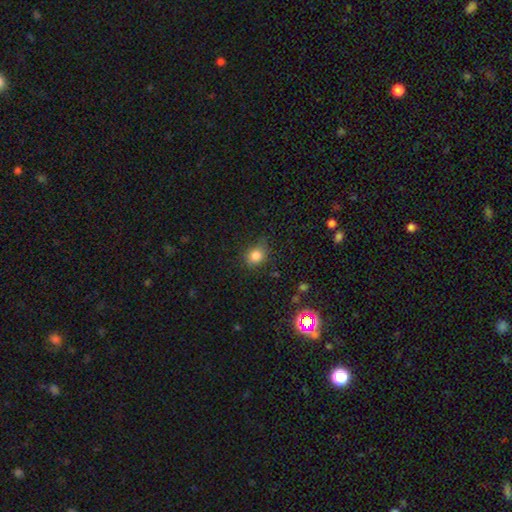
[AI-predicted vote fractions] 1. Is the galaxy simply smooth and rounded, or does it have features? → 82% smooth, 12% star or artifact, 6% featured or disk.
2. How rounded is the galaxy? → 63% round, 36% in between, 1% cigar-shaped.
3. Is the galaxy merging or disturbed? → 73% none, 21% minor disturbance, 5% major disturbance, 2% merger.